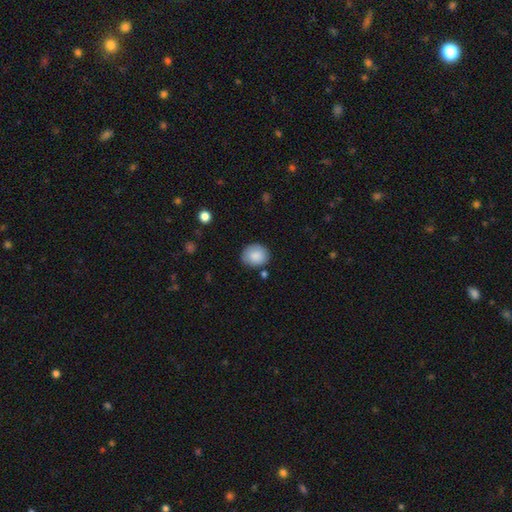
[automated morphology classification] A smooth galaxy with no disk features (86%) that is round (73%).

Vote fractions:
- Smooth or featured? smooth: 86% / star or artifact: 7% / featured or disk: 7%
- How rounded? round: 73% / in between: 26% / cigar-shaped: 1%
- Merging? none: 79% / minor disturbance: 14% / merger: 3% / major disturbance: 3%